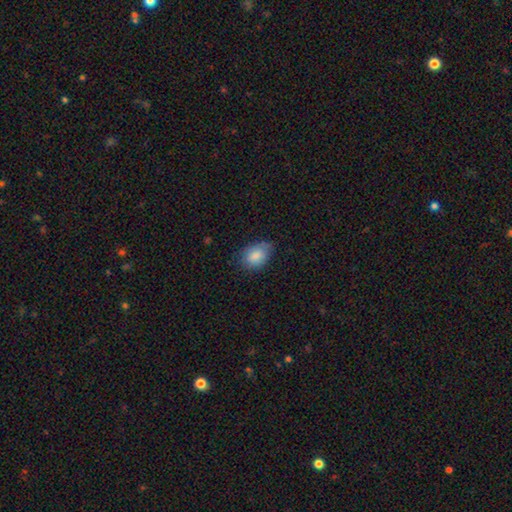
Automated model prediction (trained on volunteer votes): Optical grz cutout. It shows a smooth galaxy with no disk features (83%) that is in between round and cigar-shaped (83%). Merging: none (66%).